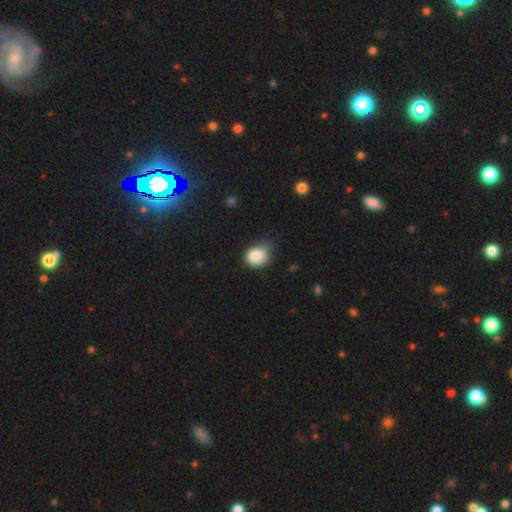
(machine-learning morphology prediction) Smooth or featured? Predicted: smooth (p=0.86). How rounded? Predicted: round (p=0.69). Merging? Predicted: none (p=0.51).